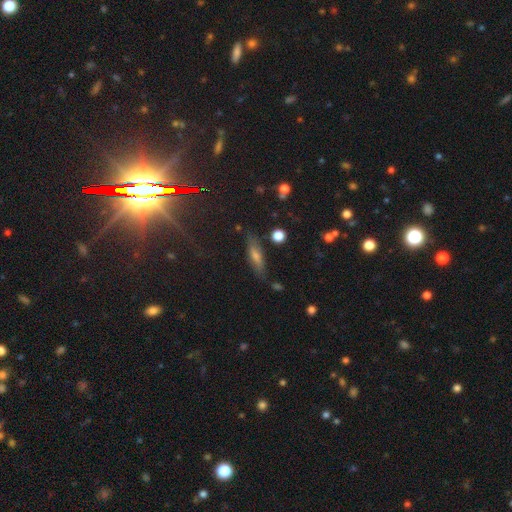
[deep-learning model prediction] Smooth or featured: smooth — 45% (featured or disk — 34%)
Merging: none — 79% (minor disturbance — 15%)